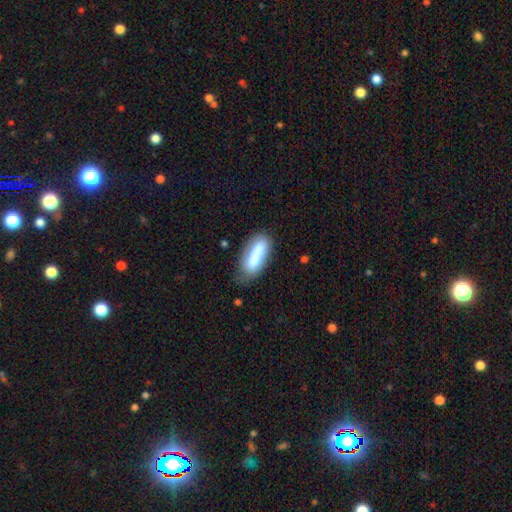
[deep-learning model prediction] smooth-or-featured: smooth: 72% | featured or disk: 21% | star or artifact: 7%
  how-rounded: in between: 73% | cigar-shaped: 25% | round: 2%
  merging: none: 54% | minor disturbance: 27% | merger: 11% | major disturbance: 9%